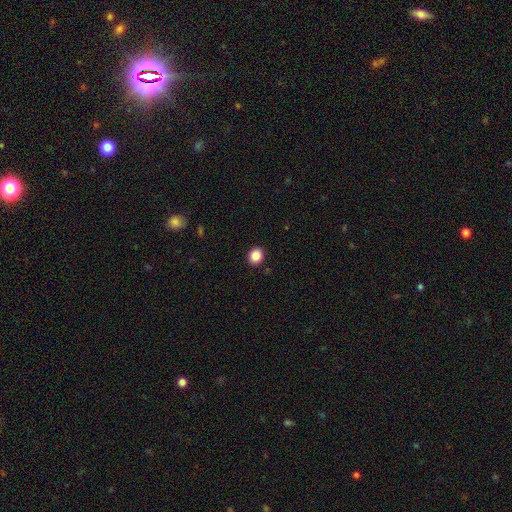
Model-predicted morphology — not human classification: Smooth or featured?
  - smooth: 87% *
  - star or artifact: 10%
  - featured or disk: 3%
How rounded?
  - round: 80% *
  - in between: 19%
  - cigar-shaped: 1%
Merging?
  - none: 92% *
  - minor disturbance: 5%
  - major disturbance: 2%
  - merger: 1%